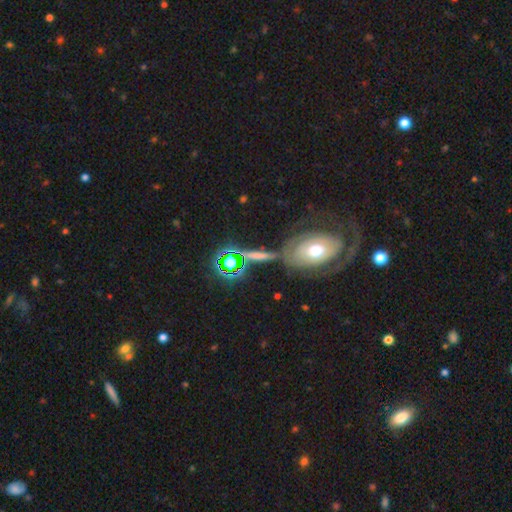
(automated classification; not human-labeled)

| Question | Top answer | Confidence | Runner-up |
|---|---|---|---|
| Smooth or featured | star or artifact | 38% | featured or disk (36%) |